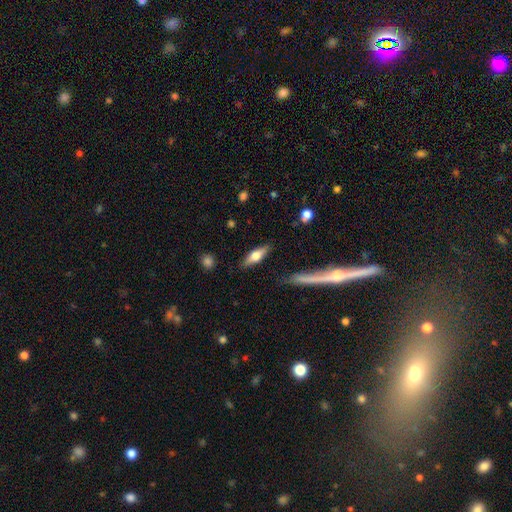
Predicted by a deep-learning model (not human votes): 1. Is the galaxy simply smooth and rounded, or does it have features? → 51% smooth, 43% featured or disk, 6% star or artifact.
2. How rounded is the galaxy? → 49% cigar-shaped, 48% in between, 3% round.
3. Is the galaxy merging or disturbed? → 83% none, 11% minor disturbance, 3% major disturbance, 2% merger.